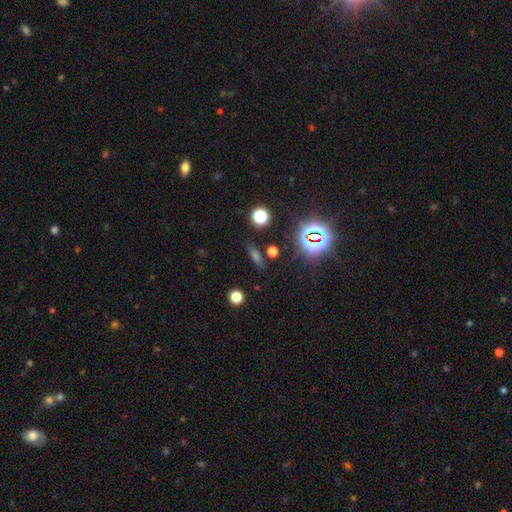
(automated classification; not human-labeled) This appears to be a smooth galaxy with no disk features (42%). Merging: none (86%).